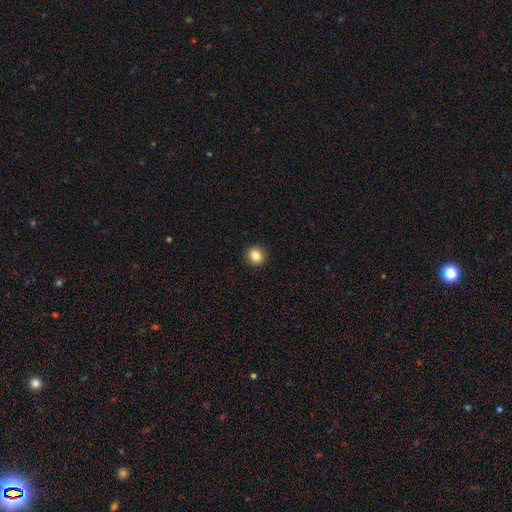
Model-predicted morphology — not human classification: smooth_or_featured: smooth (p=0.84) [alt: star or artifact p=0.10]
how_rounded: round (p=0.89) [alt: in between p=0.10]
merging: none (p=0.92) [alt: minor disturbance p=0.05]